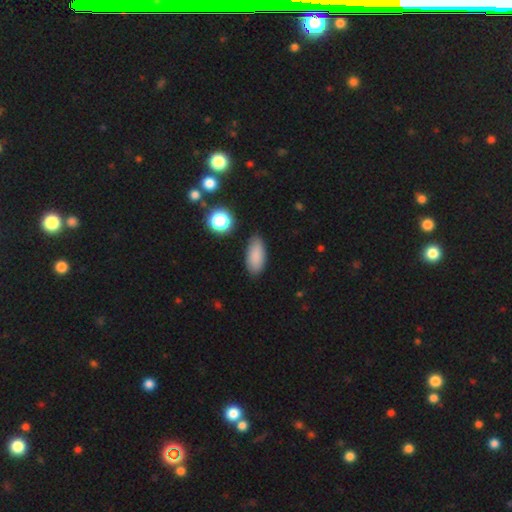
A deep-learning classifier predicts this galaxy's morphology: smooth 86%, star or artifact 8%, featured or disk 6%. Down the decision tree: how rounded — in between (87%); merging — none (84%).